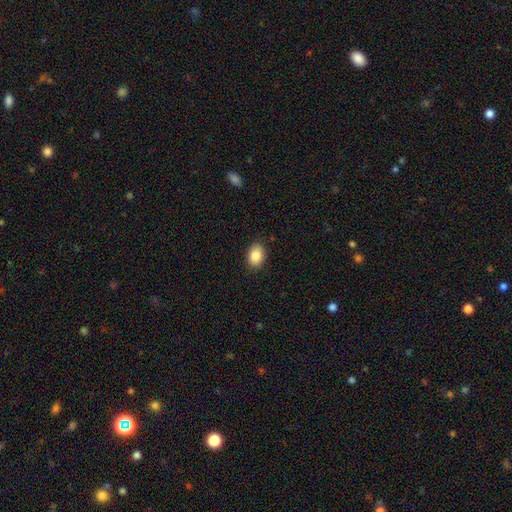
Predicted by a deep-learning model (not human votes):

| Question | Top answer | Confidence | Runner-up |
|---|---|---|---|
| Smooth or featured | smooth | 87% | star or artifact (7%) |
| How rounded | in between | 83% | round (16%) |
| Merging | none | 88% | minor disturbance (9%) |